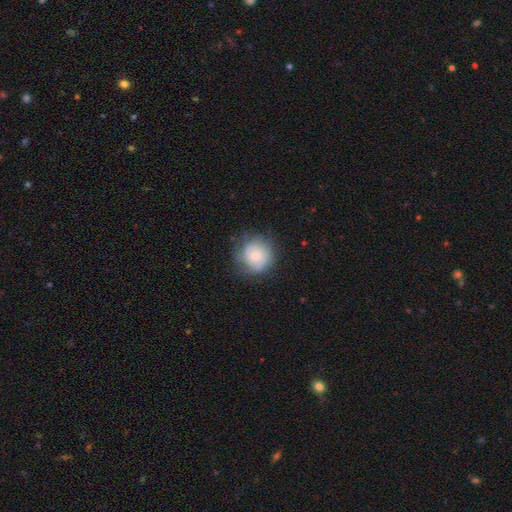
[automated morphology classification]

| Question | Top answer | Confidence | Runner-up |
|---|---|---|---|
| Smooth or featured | smooth | 72% | featured or disk (19%) |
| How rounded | round | 88% | in between (11%) |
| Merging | none | 66% | minor disturbance (23%) |